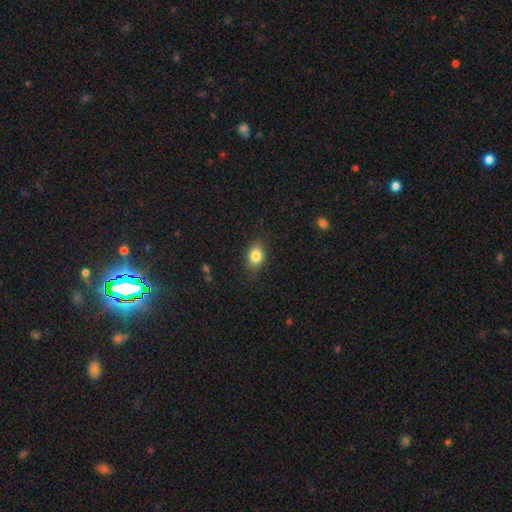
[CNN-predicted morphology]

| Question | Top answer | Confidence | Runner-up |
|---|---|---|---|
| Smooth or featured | smooth | 83% | star or artifact (9%) |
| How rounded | in between | 75% | round (23%) |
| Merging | none | 84% | minor disturbance (12%) |